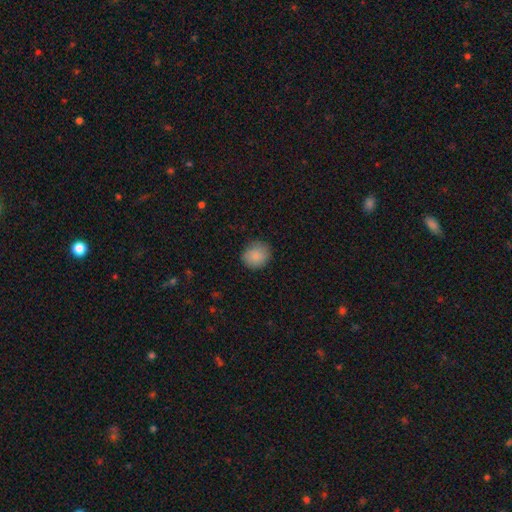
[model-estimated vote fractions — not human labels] smooth 87%, star or artifact 8%, featured or disk 5%. Down the decision tree: how rounded — round (80%); merging — none (84%).